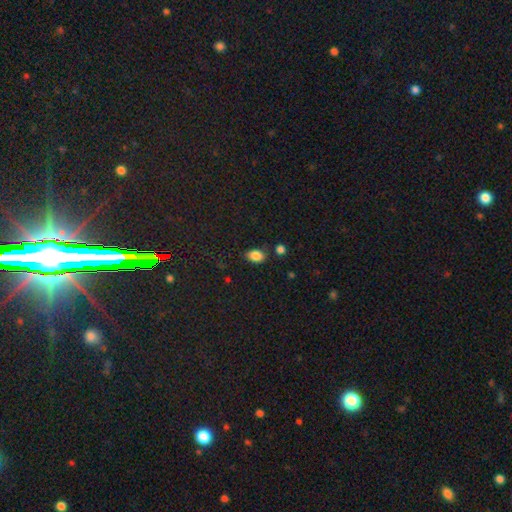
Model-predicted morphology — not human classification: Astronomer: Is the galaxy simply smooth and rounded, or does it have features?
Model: smooth — 85%.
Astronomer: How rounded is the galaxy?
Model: in between — 83%.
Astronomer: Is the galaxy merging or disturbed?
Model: none — 74%.